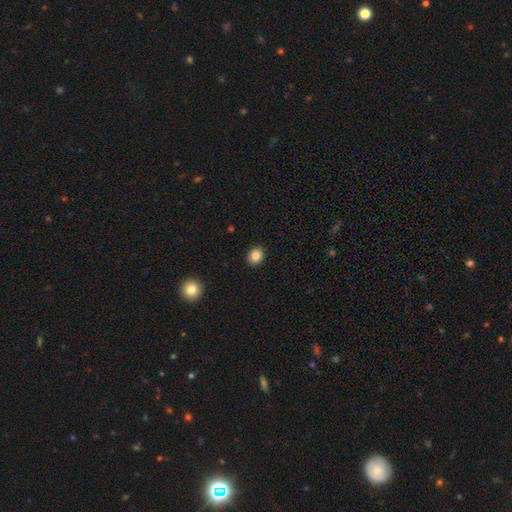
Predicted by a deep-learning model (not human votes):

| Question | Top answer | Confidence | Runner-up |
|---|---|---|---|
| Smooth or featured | smooth | 85% | star or artifact (10%) |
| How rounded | round | 65% | in between (34%) |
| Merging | none | 91% | minor disturbance (6%) |